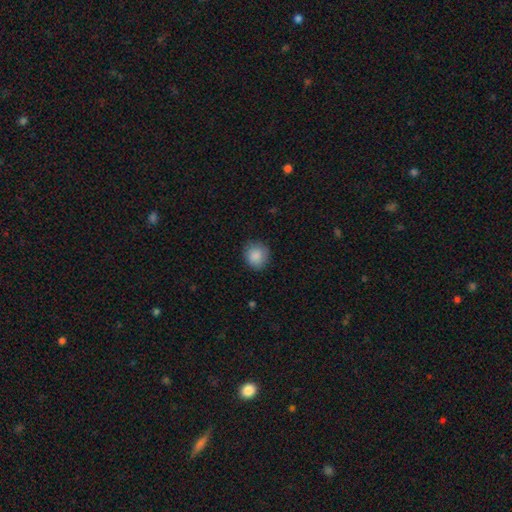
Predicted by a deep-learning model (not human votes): A smooth galaxy with no disk features (88%) that is round (86%). Merging: none (83%).